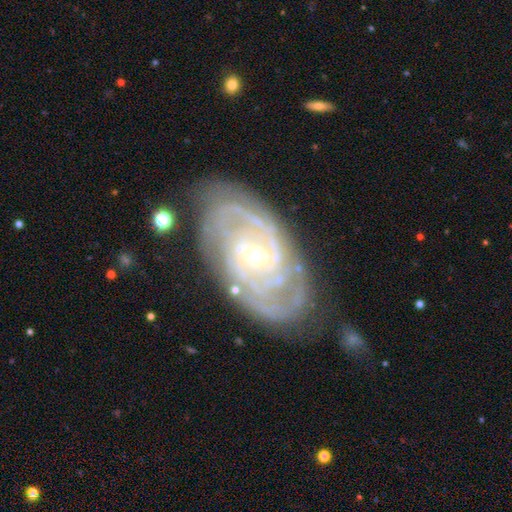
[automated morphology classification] This appears to be a featured or disk galaxy (90%) with no bar (56%), 2 (35%) tight (70%) spiral arms (97%) and a small central bulge (69%). Merging: none (77%).